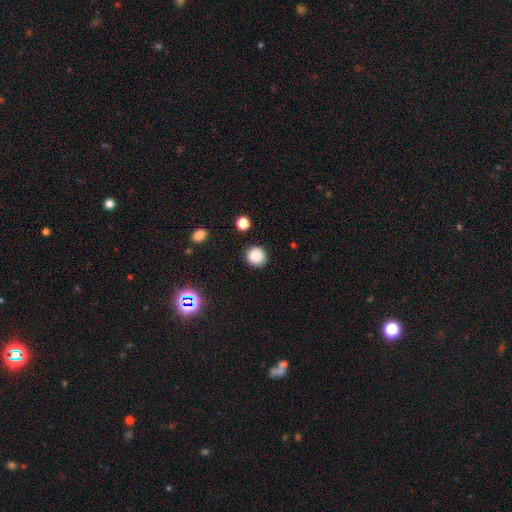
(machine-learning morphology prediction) type=smooth (85%); roundness=round (91%); merging=none (90%).